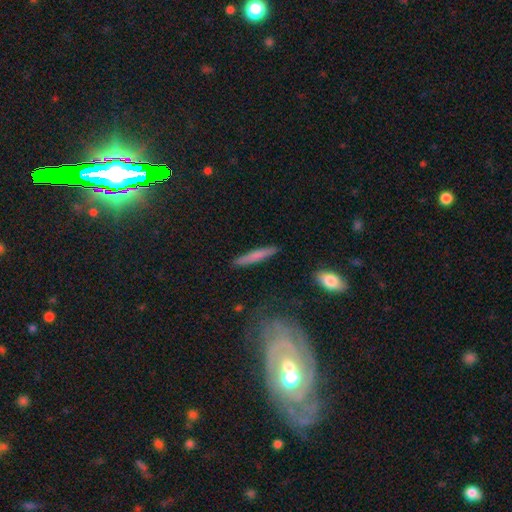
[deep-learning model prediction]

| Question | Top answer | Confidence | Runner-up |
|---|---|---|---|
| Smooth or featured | smooth | 71% | featured or disk (23%) |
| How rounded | cigar-shaped | 92% | in between (6%) |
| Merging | none | 87% | minor disturbance (9%) |